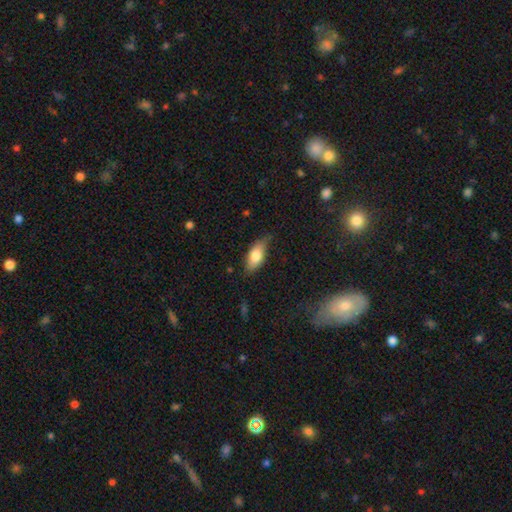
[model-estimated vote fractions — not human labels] Smooth or featured? Predicted: smooth (p=0.79). How rounded? Predicted: in between (p=0.87). Merging? Predicted: none (p=0.67).